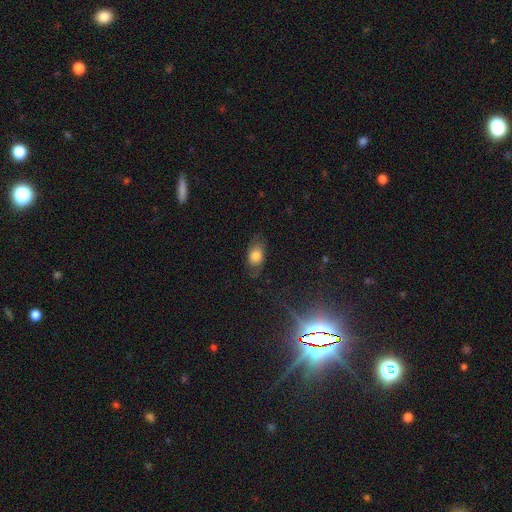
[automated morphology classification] Q: Smooth or featured?
A: smooth (67%); runner-up: featured or disk (23%)
Q: How rounded?
A: in between (83%); runner-up: round (14%)
Q: Merging?
A: none (69%); runner-up: minor disturbance (22%)